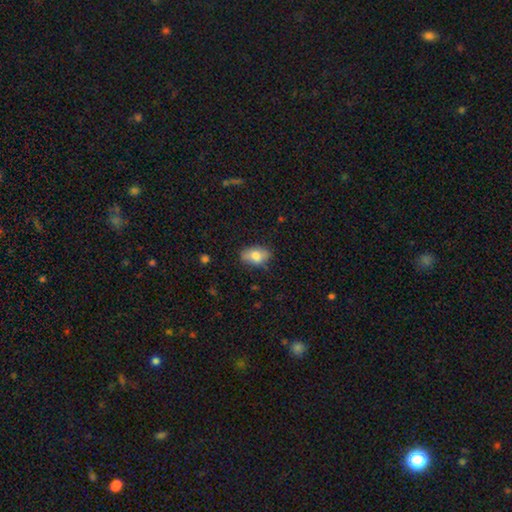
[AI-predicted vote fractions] smooth_or_featured: smooth (p=0.77) [alt: featured or disk p=0.15]
how_rounded: in between (p=0.87) [alt: round p=0.11]
merging: none (p=0.78) [alt: minor disturbance p=0.17]